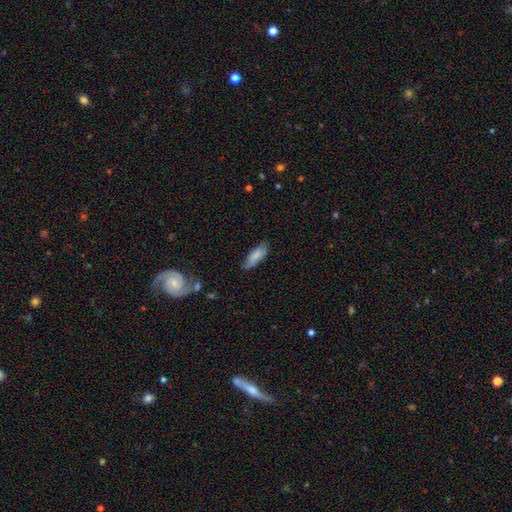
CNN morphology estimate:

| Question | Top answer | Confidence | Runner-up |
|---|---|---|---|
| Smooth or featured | smooth | 84% | featured or disk (10%) |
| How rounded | in between | 63% | cigar-shaped (35%) |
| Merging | none | 79% | minor disturbance (16%) |